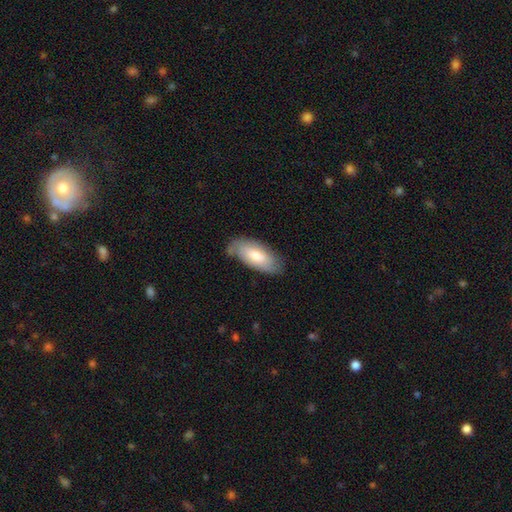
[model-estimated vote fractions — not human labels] smooth 65%, featured or disk 30%, star or artifact 6%. Down the decision tree: how rounded — in between (87%); merging — none (73%).